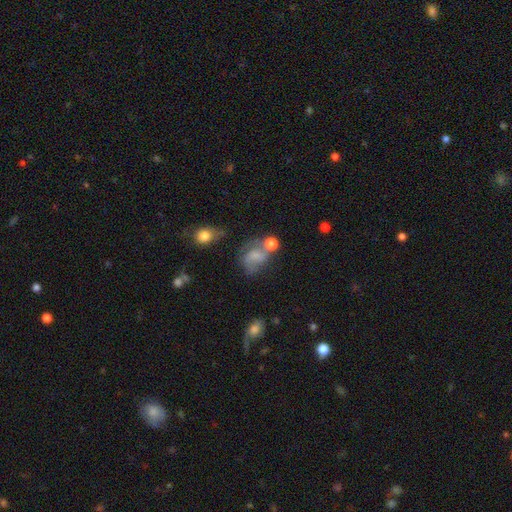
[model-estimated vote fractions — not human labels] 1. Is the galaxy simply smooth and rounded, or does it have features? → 45% smooth, 42% featured or disk, 13% star or artifact.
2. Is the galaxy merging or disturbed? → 40% none, 22% minor disturbance, 22% merger, 16% major disturbance.